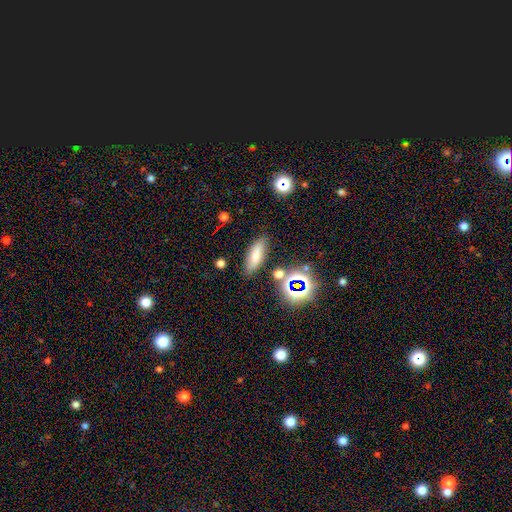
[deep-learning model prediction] smooth_or_featured: smooth (p=0.69) [alt: featured or disk p=0.16]
how_rounded: in between (p=0.63) [alt: cigar-shaped p=0.32]
merging: none (p=0.78) [alt: minor disturbance p=0.12]